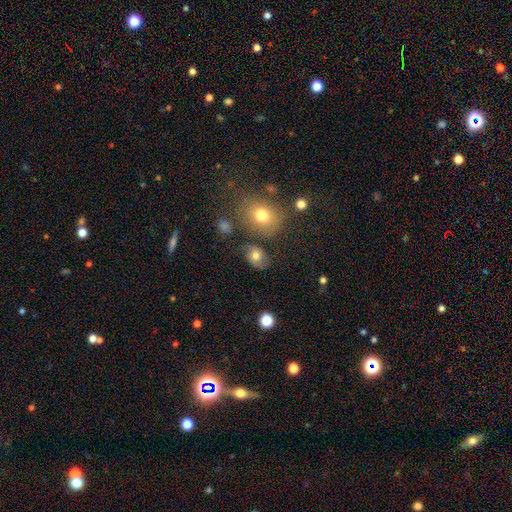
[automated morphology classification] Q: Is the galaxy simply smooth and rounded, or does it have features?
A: smooth — 65%.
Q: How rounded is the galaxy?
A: in between — 61%.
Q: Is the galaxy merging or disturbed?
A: none — 68%.